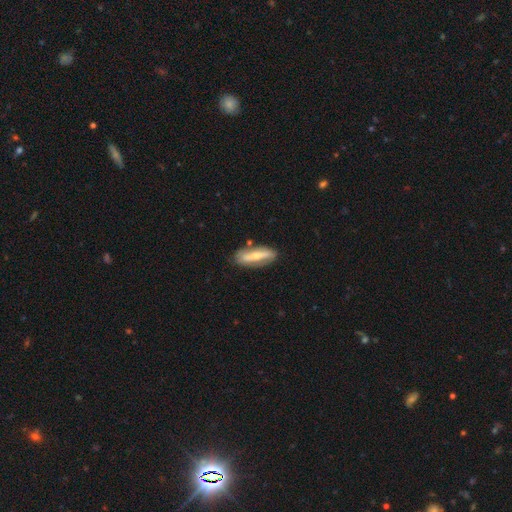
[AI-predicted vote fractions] Smooth or featured: featured or disk — 54% (smooth — 40%)
Edge-on disk: no — 58% (yes — 42%)
Merging: none — 78% (minor disturbance — 15%)